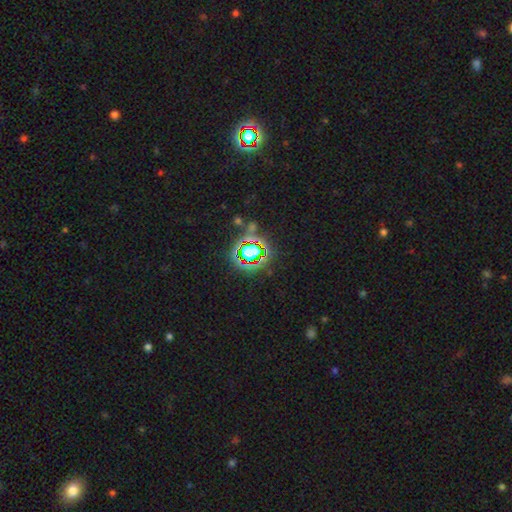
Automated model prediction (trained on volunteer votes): Smooth or featured? Predicted: star or artifact (p=0.79).